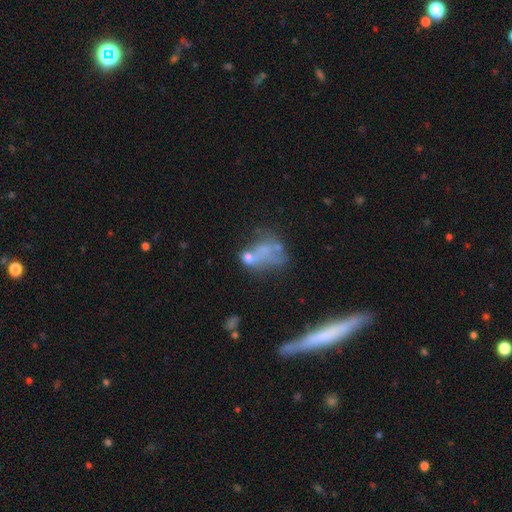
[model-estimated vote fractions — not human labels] Smooth or featured? Predicted: featured or disk (p=0.42). Merging? Predicted: merger (p=0.30).